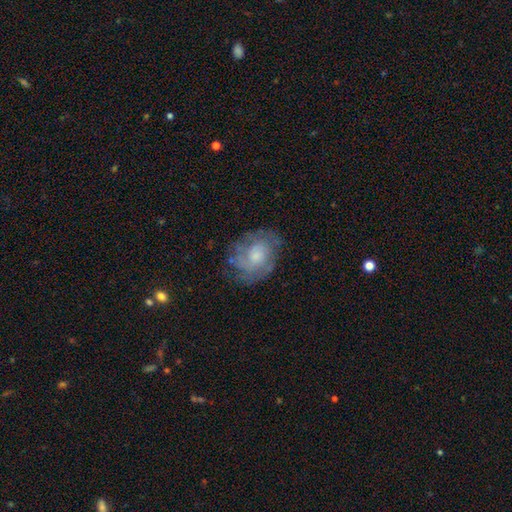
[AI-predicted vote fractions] Smooth or featured? featured or disk (58%)
Edge-on disk? no (97%)
Bar? no (81%)
Spiral arms? yes (71%)
Bulge size? moderate (40%)
Merging? none (66%)